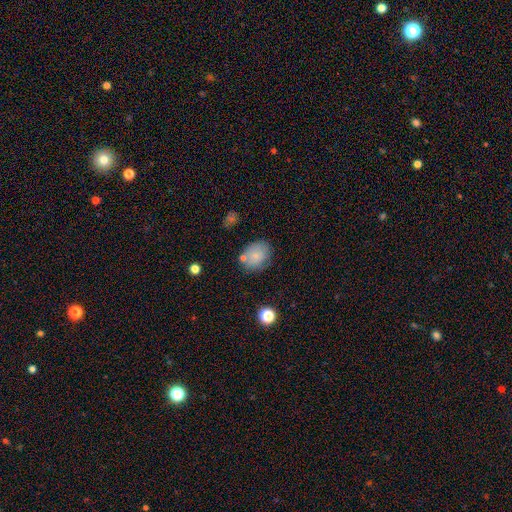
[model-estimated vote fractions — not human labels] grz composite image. It shows a smooth galaxy with no disk features (80%) that is in between round and cigar-shaped (54%). Merging: none (70%).